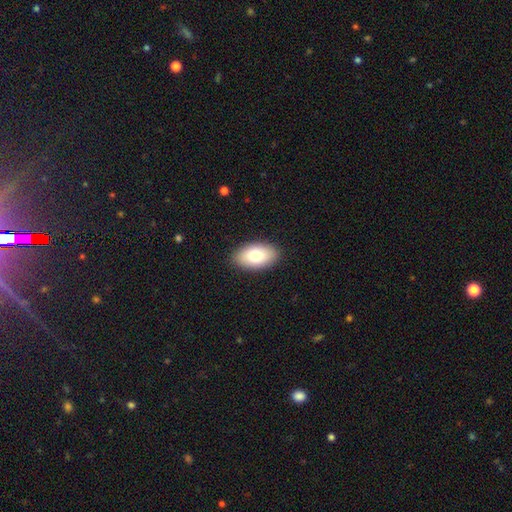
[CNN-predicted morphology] This appears to be a smooth galaxy with no disk features (77%) that is in between round and cigar-shaped (94%). Merging: none (89%).